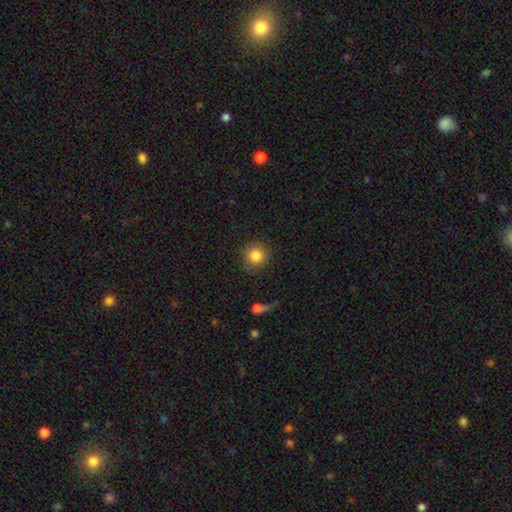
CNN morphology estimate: This appears to be a smooth galaxy with no disk features (86%) that is round (92%). Merging: none (84%).